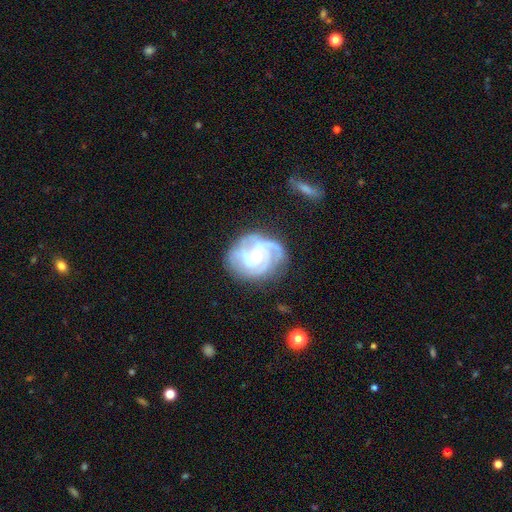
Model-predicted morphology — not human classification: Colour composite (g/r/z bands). It shows a featured or disk galaxy (87%) with no bar (68%), 3 (40%) tight (64%) spiral arms (96%) and a small central bulge (51%). Merging: none (66%).